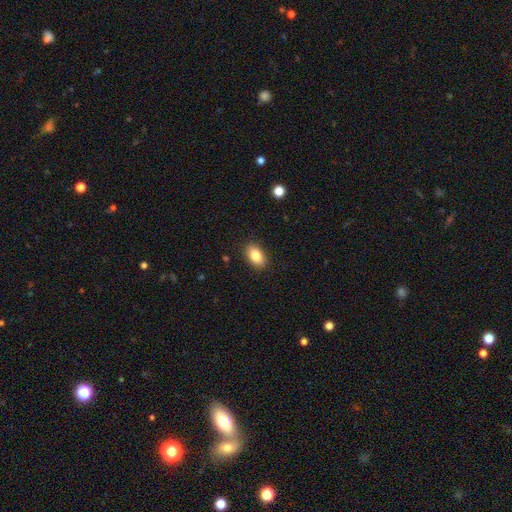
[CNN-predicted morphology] This appears to be a smooth galaxy with no disk features (83%) that is in between round and cigar-shaped (89%). Merging: none (88%).